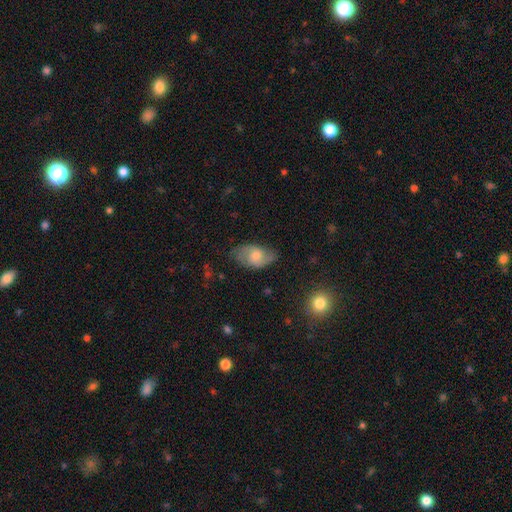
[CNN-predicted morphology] Smooth or featured? Predicted: featured or disk (p=0.51). Edge-on disk? Predicted: no (p=0.95). Merging? Predicted: none (p=0.69).